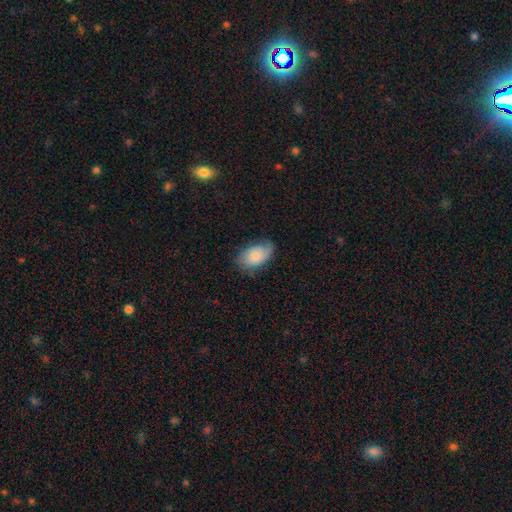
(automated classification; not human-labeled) Smooth or featured?
  - smooth: 68% *
  - featured or disk: 25%
  - star or artifact: 7%
How rounded?
  - in between: 91% *
  - round: 7%
  - cigar-shaped: 1%
Merging?
  - none: 63% *
  - minor disturbance: 27%
  - major disturbance: 8%
  - merger: 1%